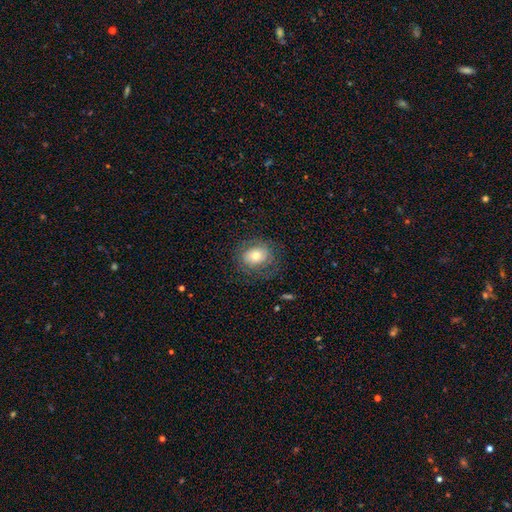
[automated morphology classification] Smooth or featured? smooth (59%)
How rounded? round (57%)
Merging? none (71%)